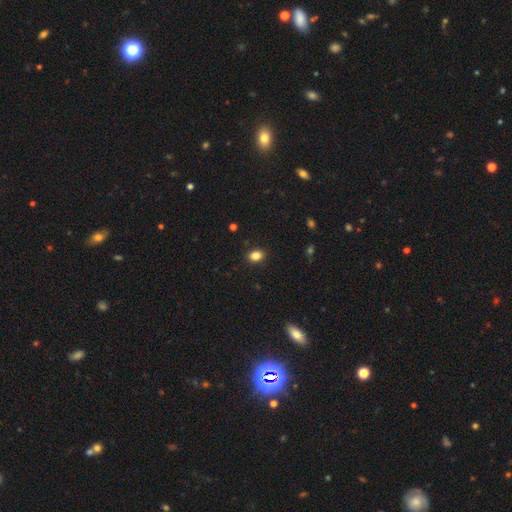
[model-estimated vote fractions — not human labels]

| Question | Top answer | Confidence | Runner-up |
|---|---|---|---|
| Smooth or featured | smooth | 86% | star or artifact (10%) |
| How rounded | in between | 72% | round (27%) |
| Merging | none | 89% | minor disturbance (8%) |